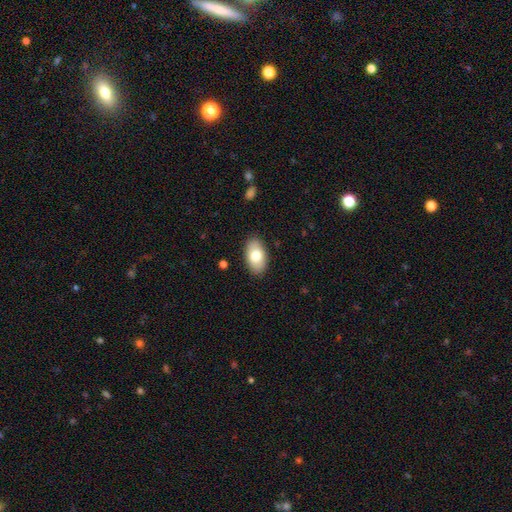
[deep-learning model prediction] Smooth or featured: smooth — 76% (featured or disk — 18%)
How rounded: in between — 94% (round — 5%)
Merging: none — 87% (minor disturbance — 9%)